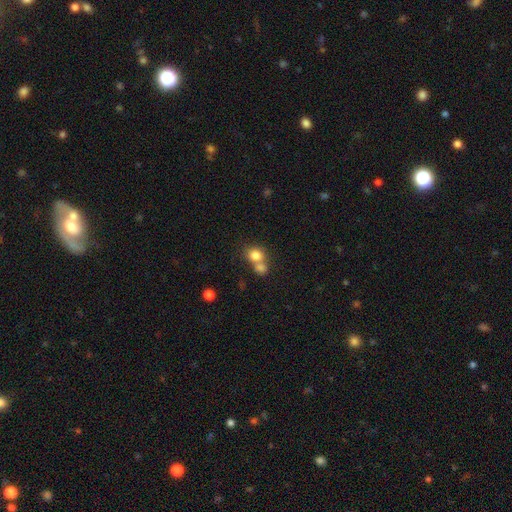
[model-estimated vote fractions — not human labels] A smooth galaxy with no disk features (80%) that is round (68%). Merging: merger (51%).